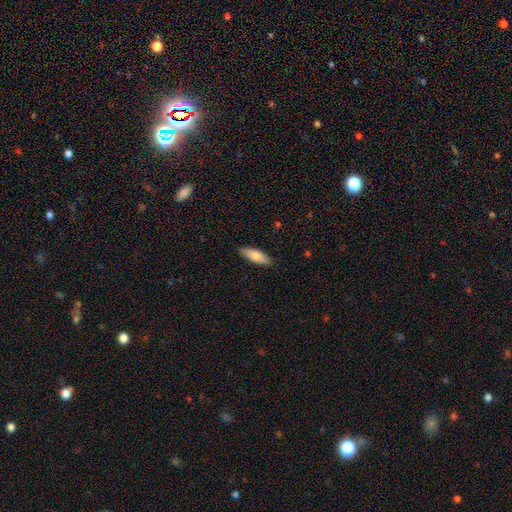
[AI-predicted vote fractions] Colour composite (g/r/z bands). It shows a smooth galaxy with no disk features (80%) that is in between round and cigar-shaped (56%). Merging: none (87%).